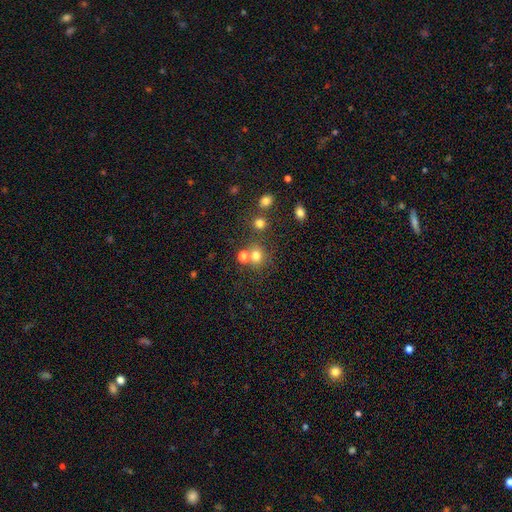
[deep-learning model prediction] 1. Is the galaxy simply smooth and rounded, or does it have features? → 72% smooth, 19% star or artifact, 9% featured or disk.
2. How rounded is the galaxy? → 82% round, 17% in between, 1% cigar-shaped.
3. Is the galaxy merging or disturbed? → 62% none, 25% merger, 9% minor disturbance, 4% major disturbance.